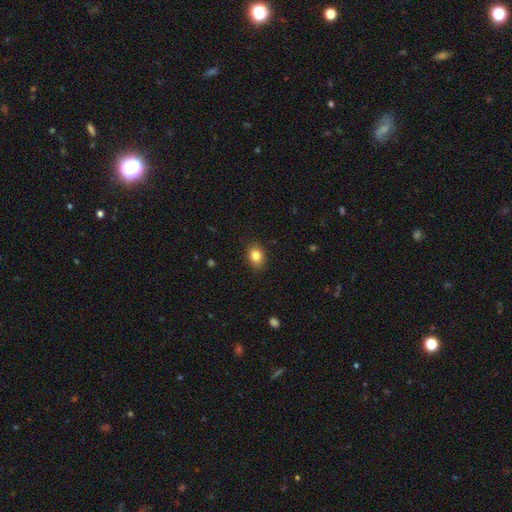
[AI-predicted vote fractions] smooth_or_featured: smooth (p=0.83) [alt: star or artifact p=0.10]
how_rounded: in between (p=0.60) [alt: round p=0.39]
merging: none (p=0.88) [alt: minor disturbance p=0.09]